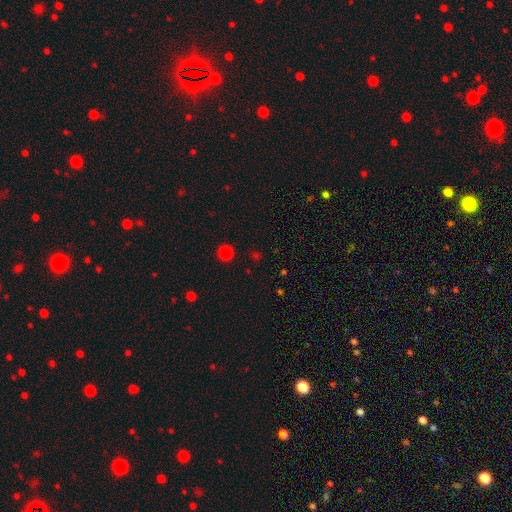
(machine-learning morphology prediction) type=smooth (67%); roundness=round (91%); merging=none (90%).